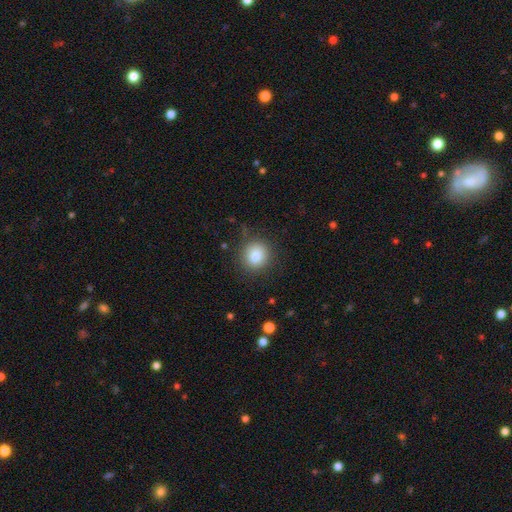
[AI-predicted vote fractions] smooth 80%, star or artifact 10%, featured or disk 10%. Down the decision tree: how rounded — round (91%); merging — none (85%).